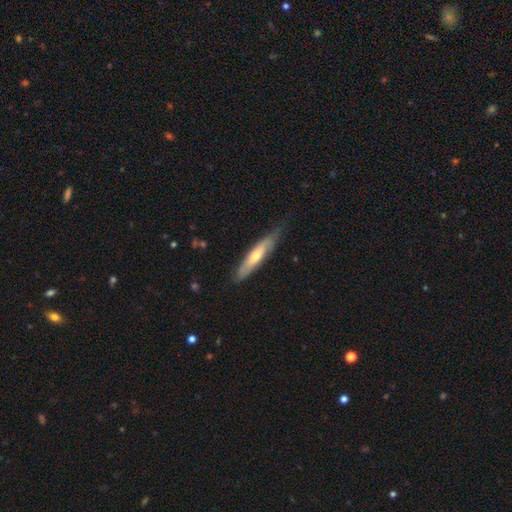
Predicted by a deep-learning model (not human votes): A featured or disk galaxy (48%). Merging: none (70%).